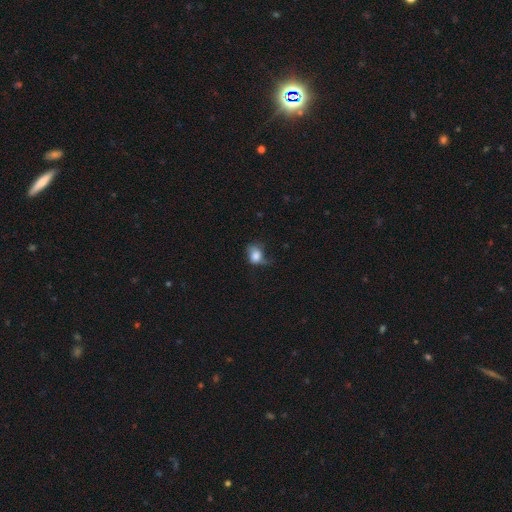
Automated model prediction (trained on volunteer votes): Smooth or featured?
  - smooth: 71% *
  - featured or disk: 18%
  - star or artifact: 10%
How rounded?
  - in between: 55% *
  - round: 44%
  - cigar-shaped: 1%
Merging?
  - major disturbance: 33% *
  - none: 32%
  - minor disturbance: 32%
  - merger: 3%